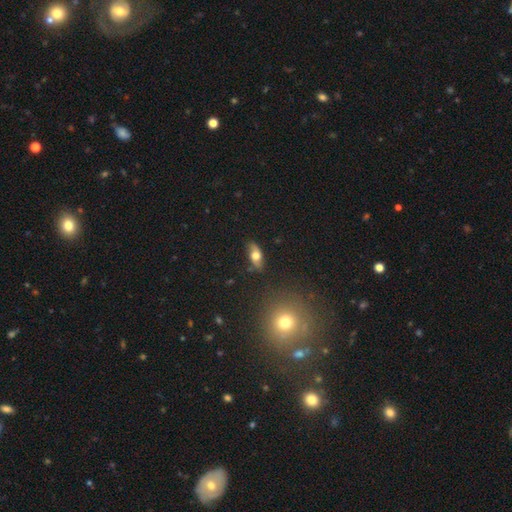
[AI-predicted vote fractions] A smooth galaxy with no disk features (63%) that is in between round and cigar-shaped (80%). Merging: none (78%).